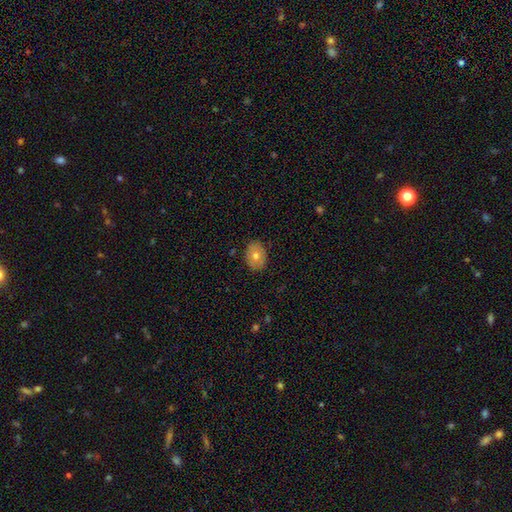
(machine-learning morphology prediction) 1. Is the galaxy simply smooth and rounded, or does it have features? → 66% smooth, 26% featured or disk, 9% star or artifact.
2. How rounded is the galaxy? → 67% in between, 32% round, 1% cigar-shaped.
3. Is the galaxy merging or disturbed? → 86% none, 10% minor disturbance, 2% major disturbance, 1% merger.